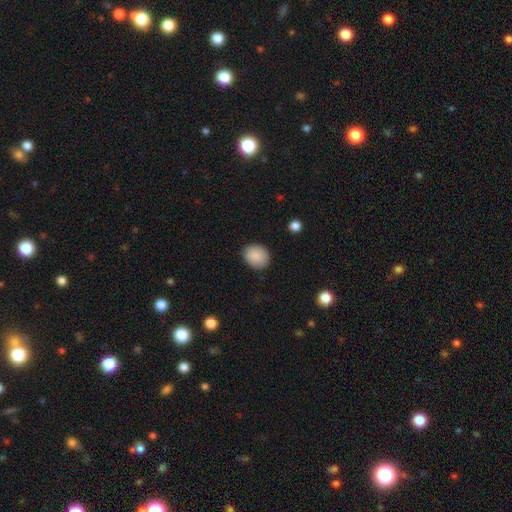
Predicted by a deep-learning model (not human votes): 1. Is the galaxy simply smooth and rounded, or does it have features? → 89% smooth, 8% star or artifact, 3% featured or disk.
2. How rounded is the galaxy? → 59% round, 40% in between, 1% cigar-shaped.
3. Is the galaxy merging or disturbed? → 86% none, 10% minor disturbance, 2% major disturbance, 1% merger.